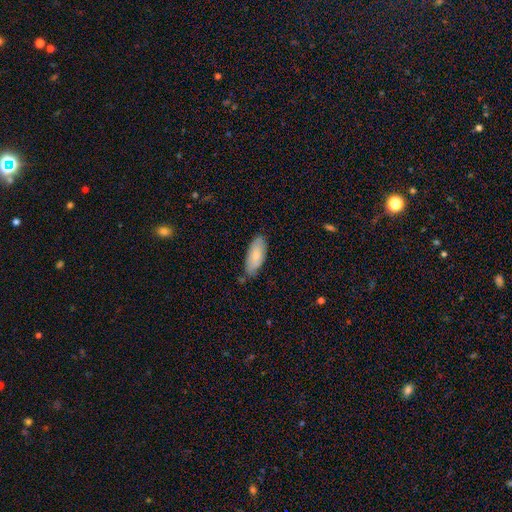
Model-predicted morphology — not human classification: smooth_or_featured: smooth (p=0.78) [alt: featured or disk p=0.16]
how_rounded: in between (p=0.81) [alt: cigar-shaped p=0.18]
merging: none (p=0.72) [alt: minor disturbance p=0.22]